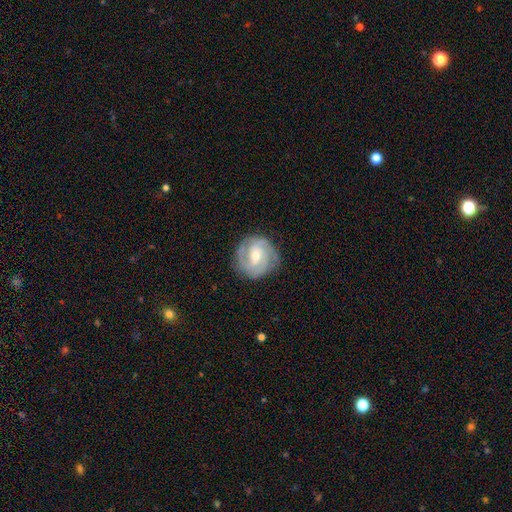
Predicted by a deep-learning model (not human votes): Smooth or featured: featured or disk — 83% (smooth — 12%)
Edge-on disk: no — 98% (yes — 2%)
Bar: weak — 48% (no — 37%)
Spiral arms: yes — 96% (no — 4%)
Spiral winding: tight — 55% (medium — 37%)
Spiral arm count: 3 — 42% (2 — 23%)
Bulge size: moderate — 51% (small — 45%)
Merging: none — 82% (minor disturbance — 13%)